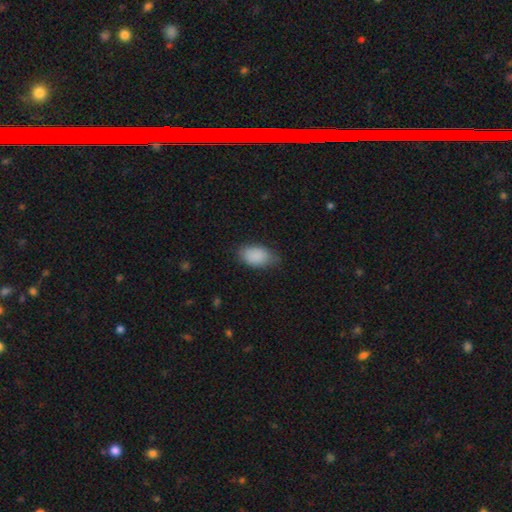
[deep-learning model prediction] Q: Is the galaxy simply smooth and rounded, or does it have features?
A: smooth — 89%.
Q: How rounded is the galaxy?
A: in between — 91%.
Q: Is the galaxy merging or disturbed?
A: none — 70%.